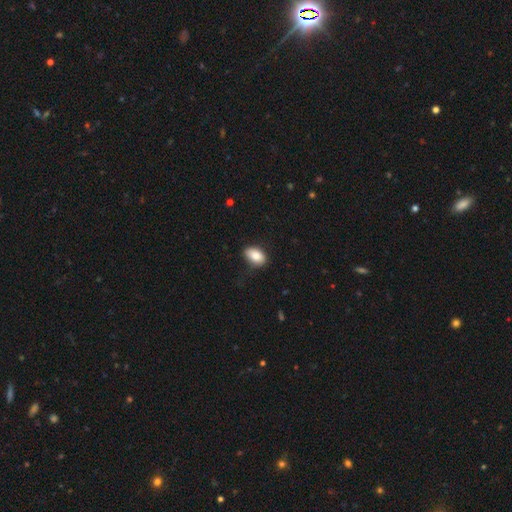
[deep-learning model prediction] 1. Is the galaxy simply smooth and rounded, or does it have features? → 85% smooth, 7% featured or disk, 7% star or artifact.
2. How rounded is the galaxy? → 91% in between, 7% round, 2% cigar-shaped.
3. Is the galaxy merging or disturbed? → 77% none, 18% minor disturbance, 4% major disturbance, 1% merger.